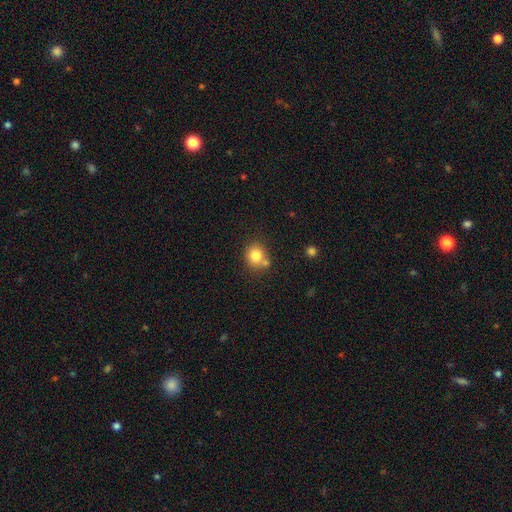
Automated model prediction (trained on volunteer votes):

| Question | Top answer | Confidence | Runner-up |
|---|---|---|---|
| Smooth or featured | smooth | 80% | star or artifact (11%) |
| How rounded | round | 81% | in between (18%) |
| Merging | none | 63% | merger (22%) |